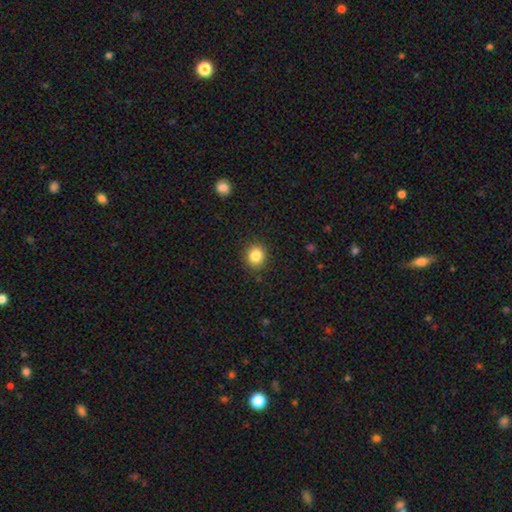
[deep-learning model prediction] Q: Smooth or featured?
A: smooth (84%); runner-up: star or artifact (10%)
Q: How rounded?
A: round (80%); runner-up: in between (19%)
Q: Merging?
A: none (89%); runner-up: minor disturbance (7%)